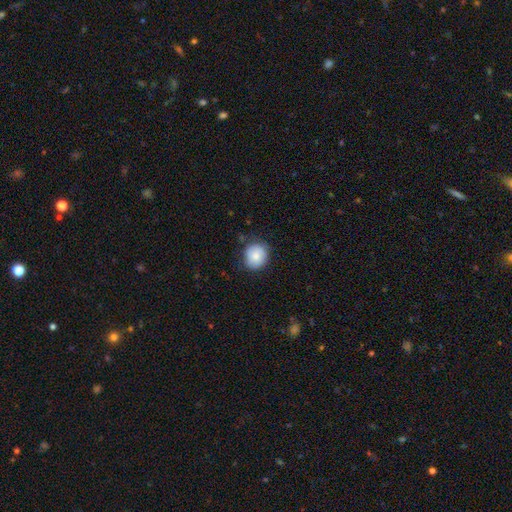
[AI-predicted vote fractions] smooth_or_featured: smooth (p=0.79) [alt: featured or disk p=0.13]
how_rounded: round (p=0.83) [alt: in between p=0.16]
merging: none (p=0.76) [alt: minor disturbance p=0.19]